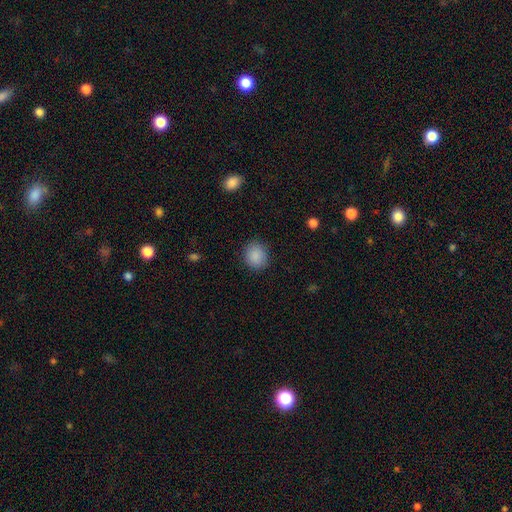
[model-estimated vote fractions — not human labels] Morphology: type=smooth (88%); roundness=round (73%); merging=none (86%).